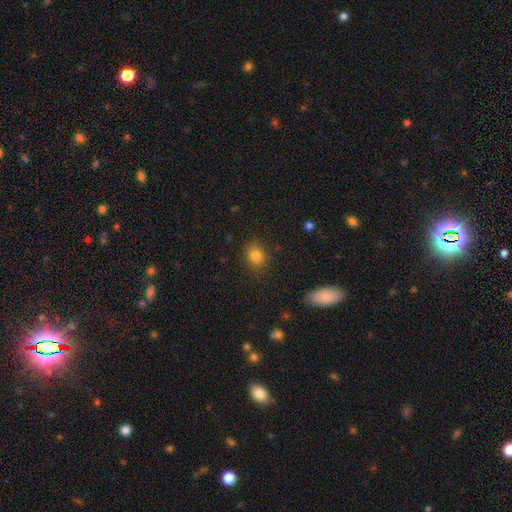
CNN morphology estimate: smooth-or-featured: smooth: 81% | star or artifact: 12% | featured or disk: 7%
  how-rounded: round: 60% | in between: 39% | cigar-shaped: 1%
  merging: none: 86% | minor disturbance: 10% | major disturbance: 3% | merger: 1%